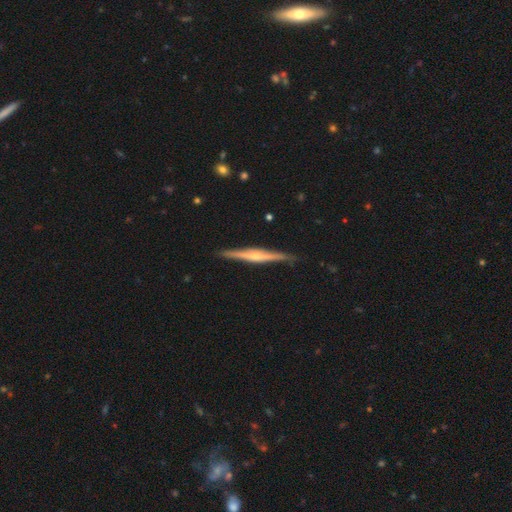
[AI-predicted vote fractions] A featured or disk galaxy (79%) viewed edge-on (98%) with a rounded central bulge (80%). Merging: none (89%).